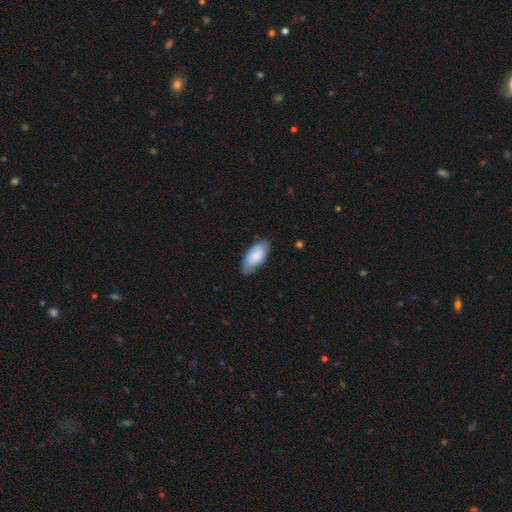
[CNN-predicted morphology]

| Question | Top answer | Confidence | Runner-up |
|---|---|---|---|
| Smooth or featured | smooth | 77% | featured or disk (18%) |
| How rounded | in between | 91% | cigar-shaped (7%) |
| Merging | none | 71% | minor disturbance (24%) |